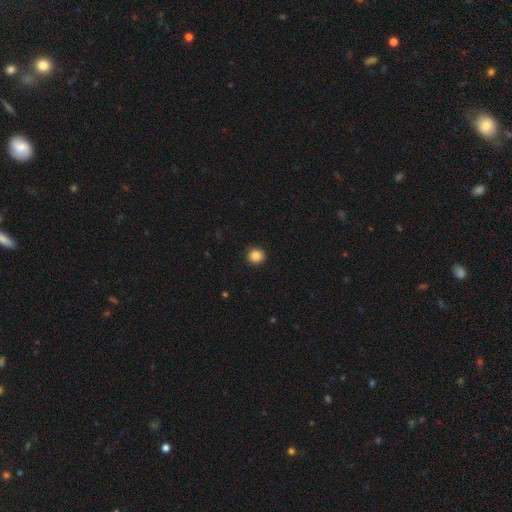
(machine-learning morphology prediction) smooth 85%, star or artifact 11%, featured or disk 4%. Down the decision tree: how rounded — round (93%); merging — none (93%).